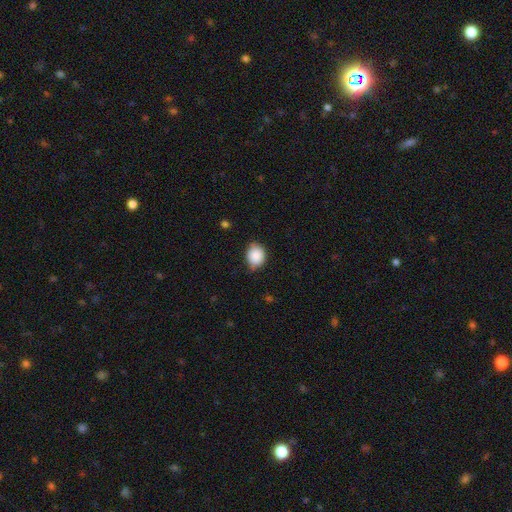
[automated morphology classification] type=smooth (87%); roundness=round (57%); merging=none (66%).